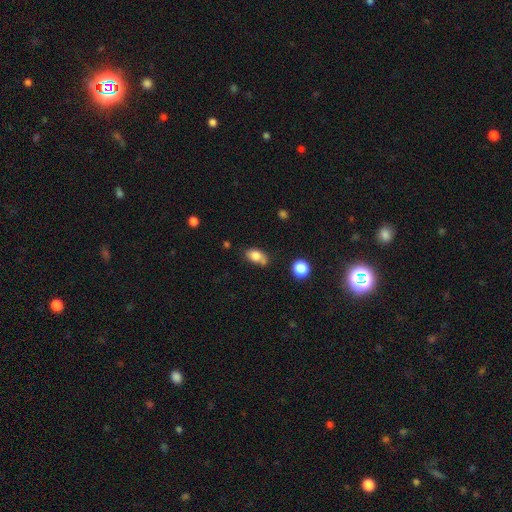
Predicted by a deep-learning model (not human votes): smooth 80%, featured or disk 10%, star or artifact 10%. Down the decision tree: how rounded — in between (83%); merging — none (52%).